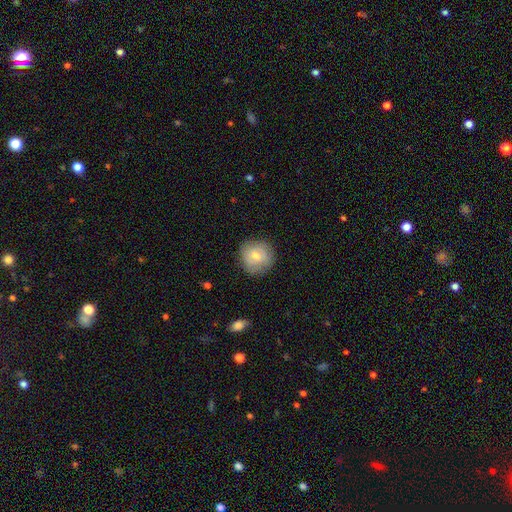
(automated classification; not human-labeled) This is likely a smooth galaxy (68%). How rounded: clearly round (91%). Merging: clearly none (82%).